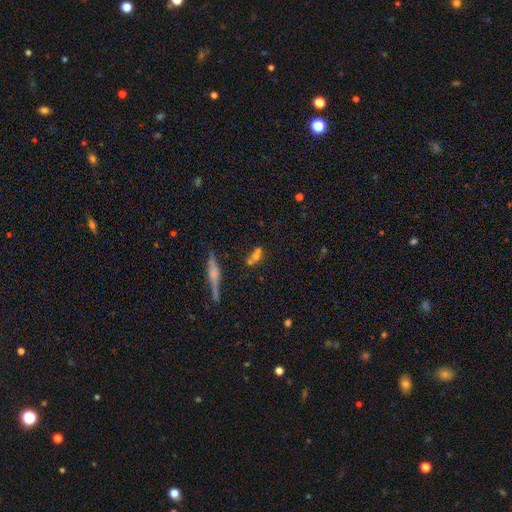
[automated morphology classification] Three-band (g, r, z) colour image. It shows a smooth galaxy with no disk features (51%) that is in between round and cigar-shaped (48%). Merging: none (47%).